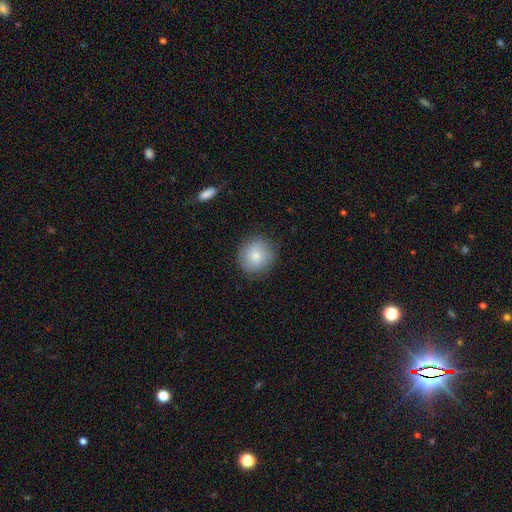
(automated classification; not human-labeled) The model was most divided on "smooth or featured": smooth: 82%, featured or disk: 10%, star or artifact: 8%. More confident: how rounded — round (91%); merging — none (85%).